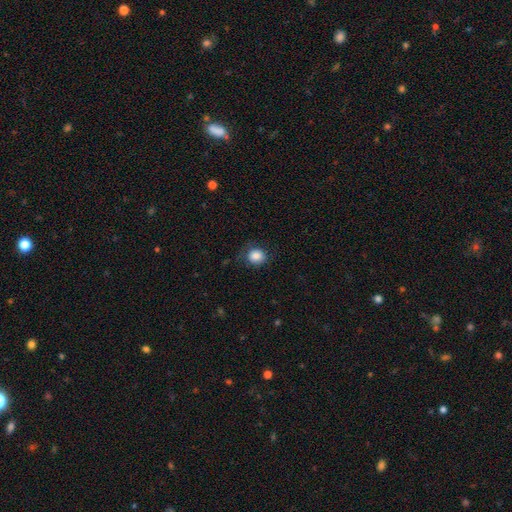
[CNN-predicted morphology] This is clearly a smooth galaxy (85%). How rounded: clearly round (82%). Merging: likely none (73%).